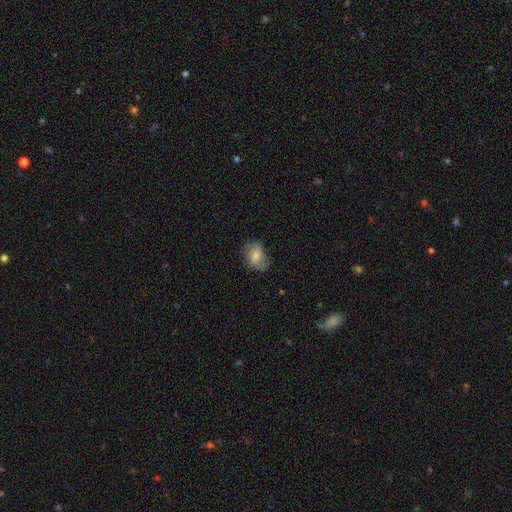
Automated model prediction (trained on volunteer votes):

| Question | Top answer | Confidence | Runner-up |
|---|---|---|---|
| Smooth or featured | smooth | 69% | featured or disk (23%) |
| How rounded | in between | 75% | round (23%) |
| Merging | none | 61% | minor disturbance (27%) |